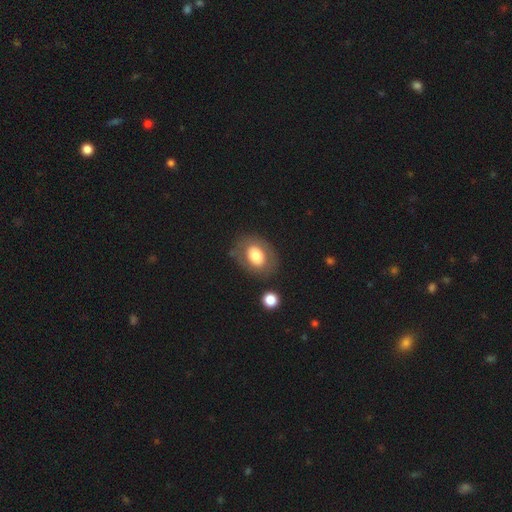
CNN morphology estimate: A smooth galaxy with no disk features (67%) that is in between round and cigar-shaped (70%). Merging: none (76%).